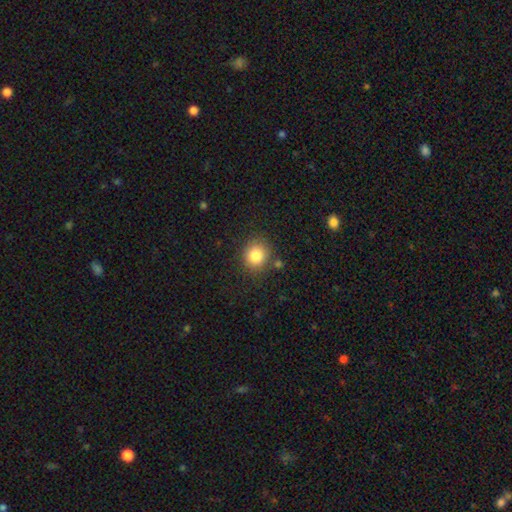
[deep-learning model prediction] Q: Smooth or featured?
A: smooth (84%); runner-up: star or artifact (10%)
Q: How rounded?
A: round (85%); runner-up: in between (14%)
Q: Merging?
A: none (82%); runner-up: minor disturbance (10%)